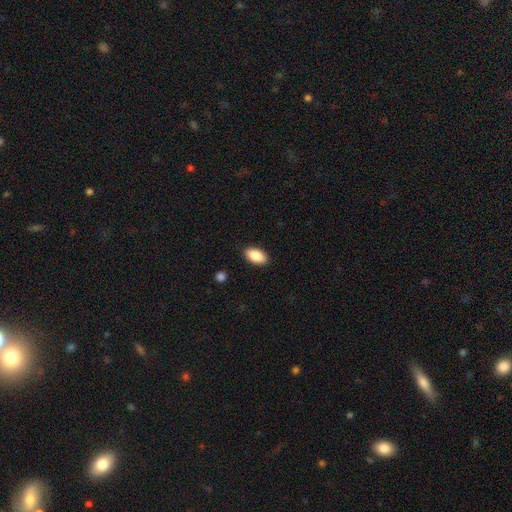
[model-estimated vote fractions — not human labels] Smooth or featured?
  - smooth: 88% *
  - star or artifact: 7%
  - featured or disk: 5%
How rounded?
  - in between: 94% *
  - round: 4%
  - cigar-shaped: 3%
Merging?
  - none: 89% *
  - minor disturbance: 8%
  - major disturbance: 2%
  - merger: 1%